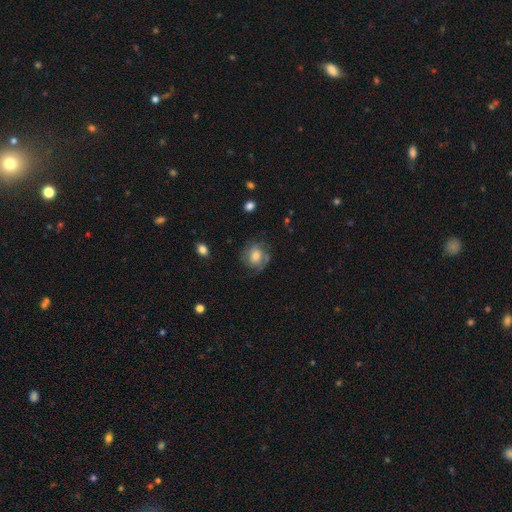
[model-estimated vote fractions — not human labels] Smooth or featured: featured or disk — 52% (smooth — 39%)
Edge-on disk: no — 97% (yes — 3%)
Bar: no — 61% (weak — 32%)
Spiral arms: yes — 79% (no — 21%)
Bulge size: moderate — 52% (small — 22%)
Merging: none — 65% (minor disturbance — 21%)